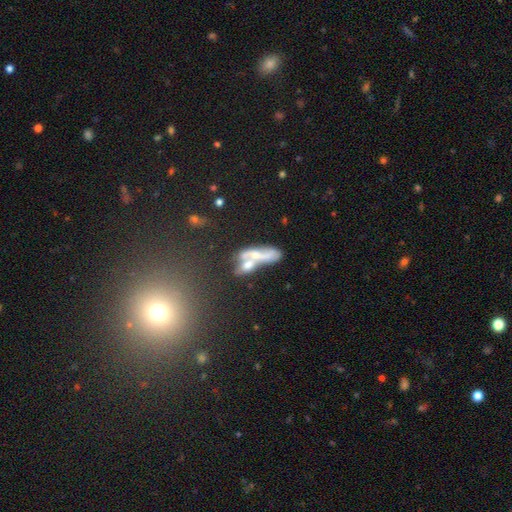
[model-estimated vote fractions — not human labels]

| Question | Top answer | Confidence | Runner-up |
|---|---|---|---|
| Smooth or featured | featured or disk | 49% | smooth (36%) |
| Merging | merger | 58% | none (22%) |